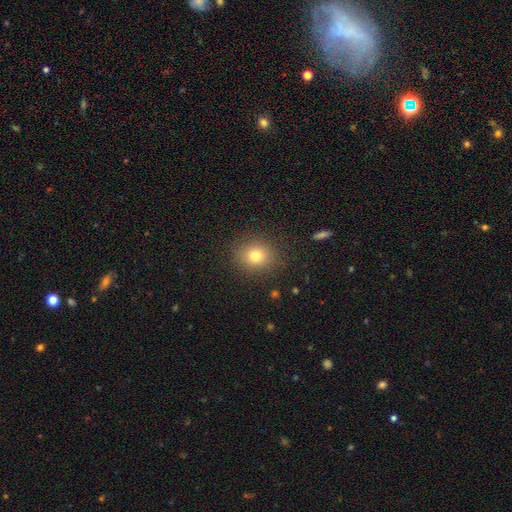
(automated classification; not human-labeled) Overall: smooth (78%). How rounded: round (76%). Merging: none (87%).